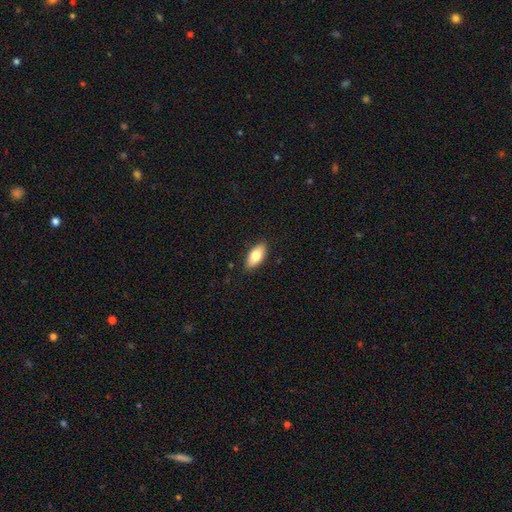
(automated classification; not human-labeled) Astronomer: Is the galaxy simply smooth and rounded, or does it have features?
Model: smooth — 79%.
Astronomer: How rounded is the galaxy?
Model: in between — 88%.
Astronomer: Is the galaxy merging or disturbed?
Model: none — 86%.